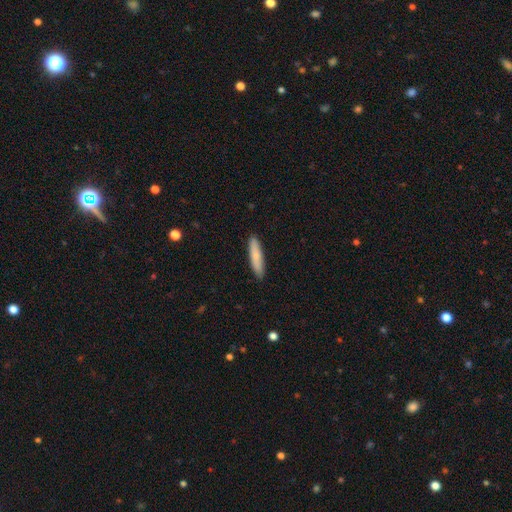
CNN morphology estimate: smooth 79%, featured or disk 15%, star or artifact 5%. Down the decision tree: how rounded — cigar-shaped (84%); merging — none (90%).